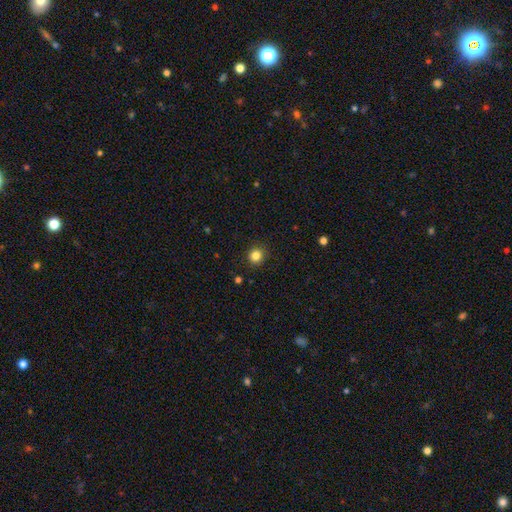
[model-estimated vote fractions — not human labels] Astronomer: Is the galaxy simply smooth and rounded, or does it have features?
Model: smooth — 83%.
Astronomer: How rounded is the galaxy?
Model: round — 91%.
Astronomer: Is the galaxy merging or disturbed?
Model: none — 91%.